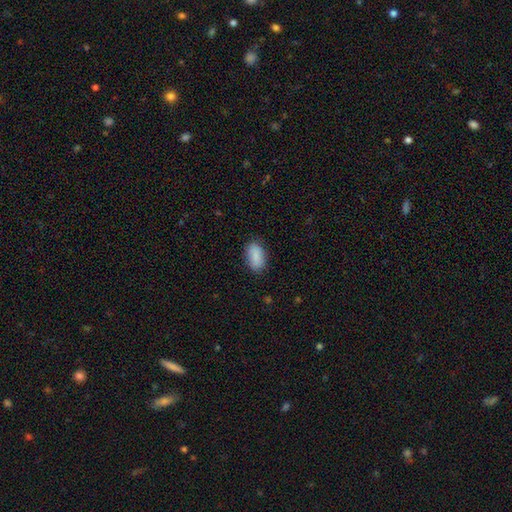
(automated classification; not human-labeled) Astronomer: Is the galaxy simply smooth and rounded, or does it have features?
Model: smooth — 88%.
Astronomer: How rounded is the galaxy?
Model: in between — 93%.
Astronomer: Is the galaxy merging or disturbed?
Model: none — 83%.